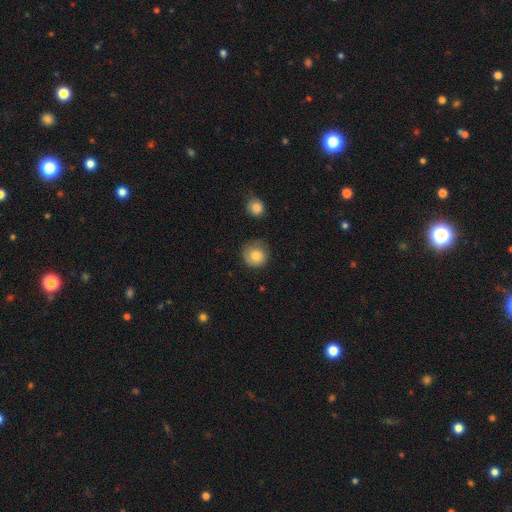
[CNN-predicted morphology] Smooth or featured? Predicted: smooth (p=0.81). How rounded? Predicted: round (p=0.92). Merging? Predicted: none (p=0.75).